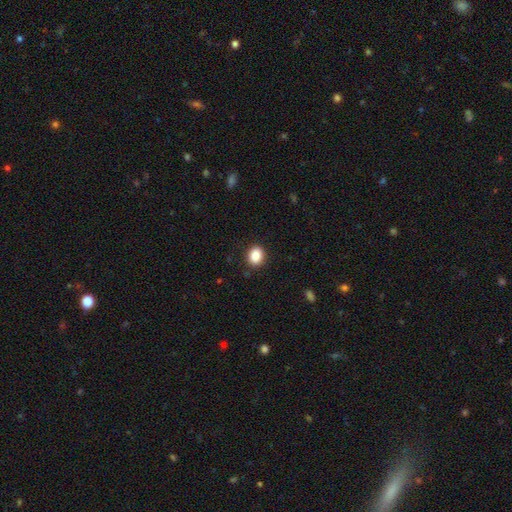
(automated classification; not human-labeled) Smooth or featured?
  - smooth: 87% *
  - star or artifact: 9%
  - featured or disk: 5%
How rounded?
  - in between: 50% *
  - round: 49%
  - cigar-shaped: 1%
Merging?
  - none: 89% *
  - minor disturbance: 8%
  - major disturbance: 2%
  - merger: 1%